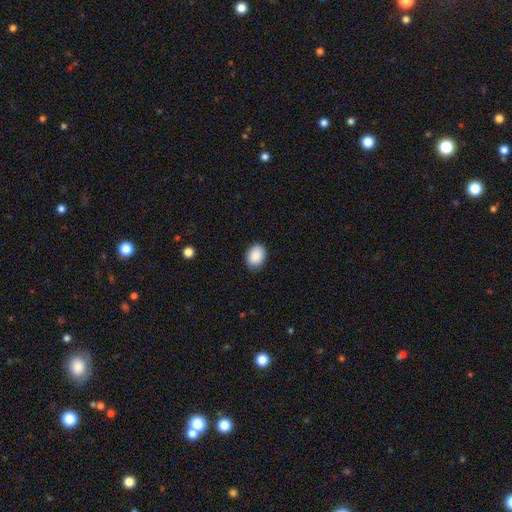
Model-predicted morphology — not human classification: A smooth galaxy with no disk features (90%) that is in between round and cigar-shaped (73%). Merging: none (85%).